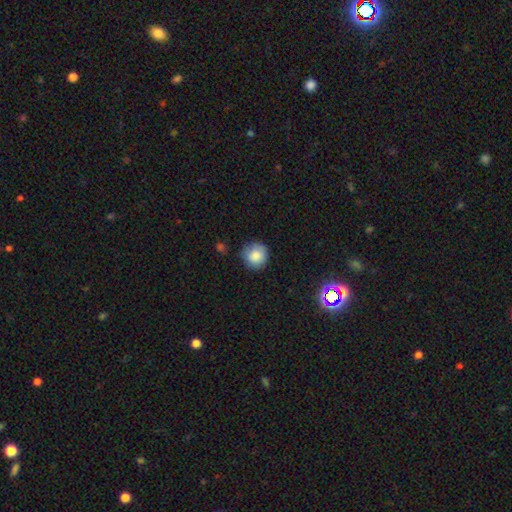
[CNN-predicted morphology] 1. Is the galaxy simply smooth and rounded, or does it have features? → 84% smooth, 9% star or artifact, 7% featured or disk.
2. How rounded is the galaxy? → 93% round, 6% in between, 1% cigar-shaped.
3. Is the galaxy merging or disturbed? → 79% none, 16% minor disturbance, 3% major disturbance, 2% merger.